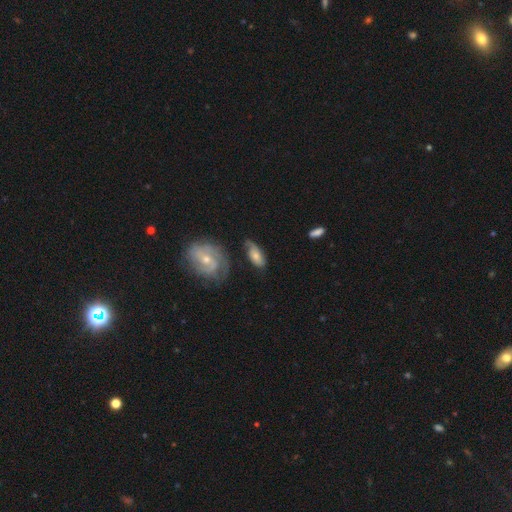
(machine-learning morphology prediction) smooth_or_featured: smooth (p=0.49) [alt: featured or disk p=0.42]
merging: none (p=0.54) [alt: minor disturbance p=0.27]